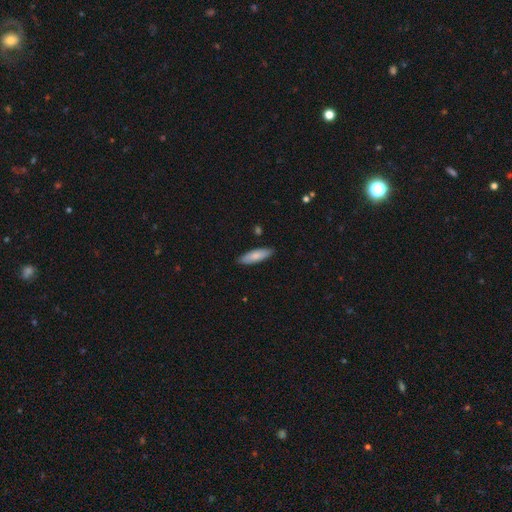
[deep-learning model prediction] Smooth or featured? smooth (80%)
How rounded? in between (49%, tied with cigar-shaped)
Merging? none (88%)